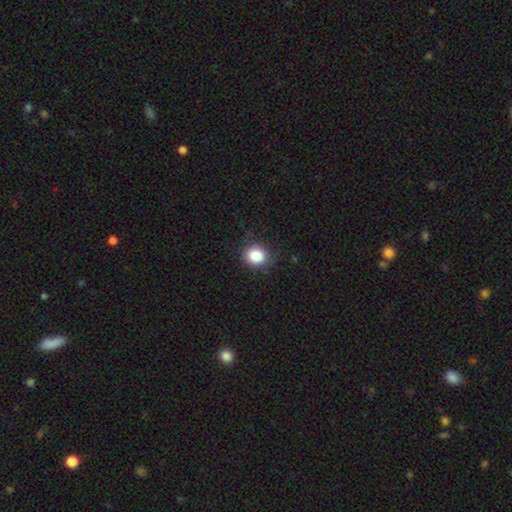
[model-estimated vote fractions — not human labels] smooth-or-featured: smooth: 86% | star or artifact: 9% | featured or disk: 5%
  how-rounded: round: 76% | in between: 24% | cigar-shaped: 1%
  merging: none: 80% | minor disturbance: 15% | major disturbance: 4% | merger: 1%